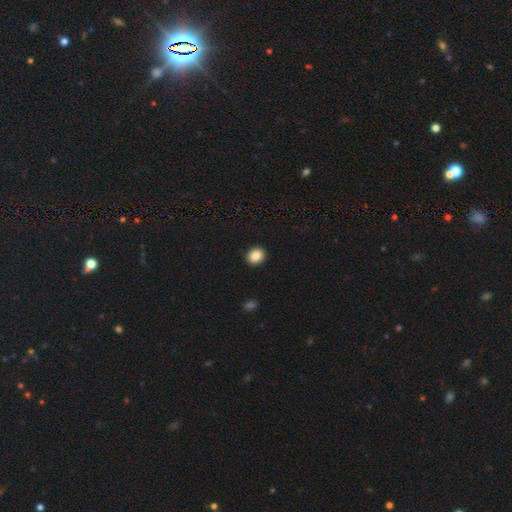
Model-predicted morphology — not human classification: Smooth or featured: smooth — 86% (star or artifact — 9%)
How rounded: round — 73% (in between — 26%)
Merging: none — 92% (minor disturbance — 5%)